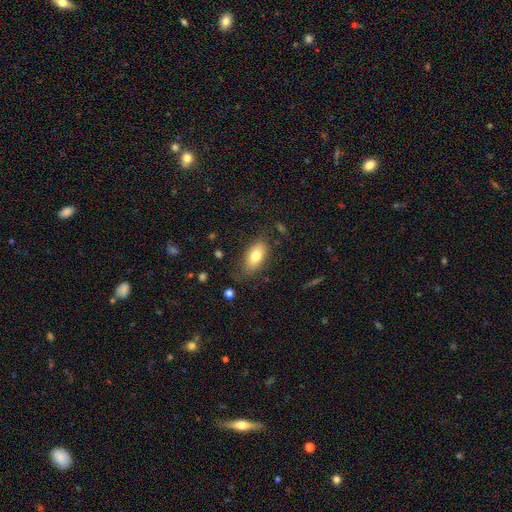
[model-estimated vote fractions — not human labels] A smooth galaxy with no disk features (77%) that is in between round and cigar-shaped (90%).

Vote fractions:
- Smooth or featured? smooth: 77% / featured or disk: 16% / star or artifact: 7%
- How rounded? in between: 90% / cigar-shaped: 5% / round: 5%
- Merging? none: 74% / minor disturbance: 18% / major disturbance: 6% / merger: 2%